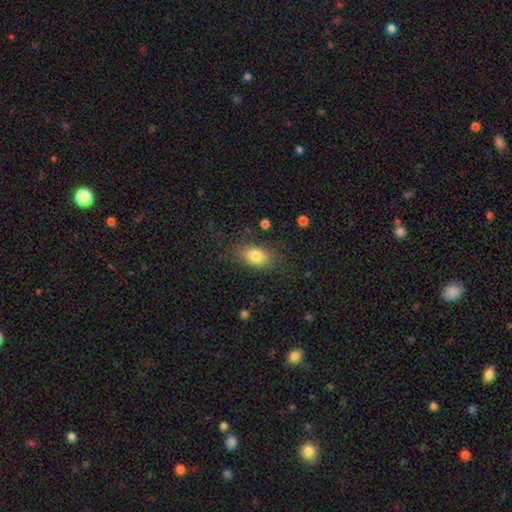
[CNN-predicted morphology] A smooth galaxy with no disk features (81%) that is in between round and cigar-shaped (81%).

Vote fractions:
- Smooth or featured? smooth: 81% / featured or disk: 10% / star or artifact: 9%
- How rounded? in between: 81% / round: 17% / cigar-shaped: 2%
- Merging? none: 79% / minor disturbance: 14% / major disturbance: 5% / merger: 1%